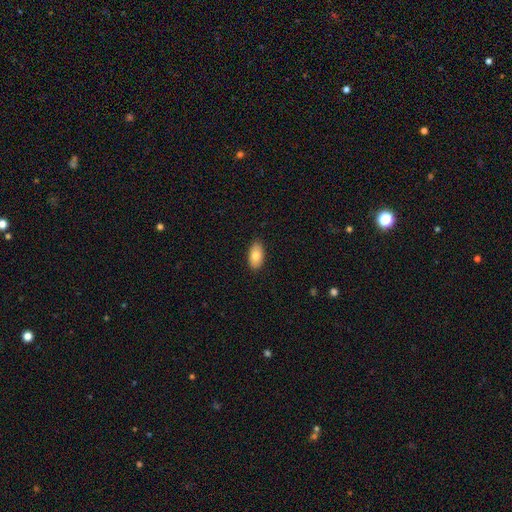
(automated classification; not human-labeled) Overall: smooth (81%). How rounded: in between (94%). Merging: none (87%).